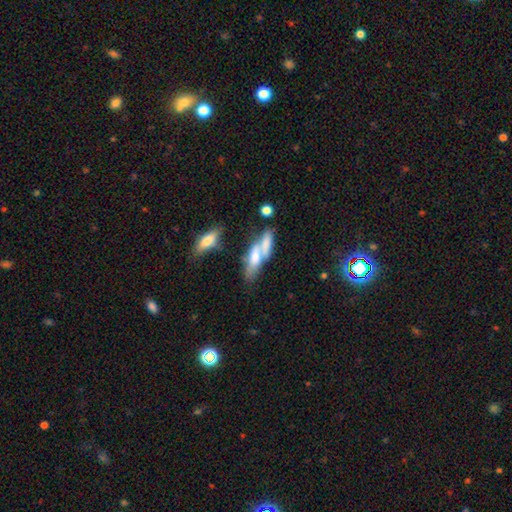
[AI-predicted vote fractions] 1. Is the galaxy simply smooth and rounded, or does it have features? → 57% smooth, 35% featured or disk, 8% star or artifact.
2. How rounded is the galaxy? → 57% in between, 40% cigar-shaped, 3% round.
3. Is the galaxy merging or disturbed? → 55% merger, 24% none, 11% minor disturbance, 9% major disturbance.